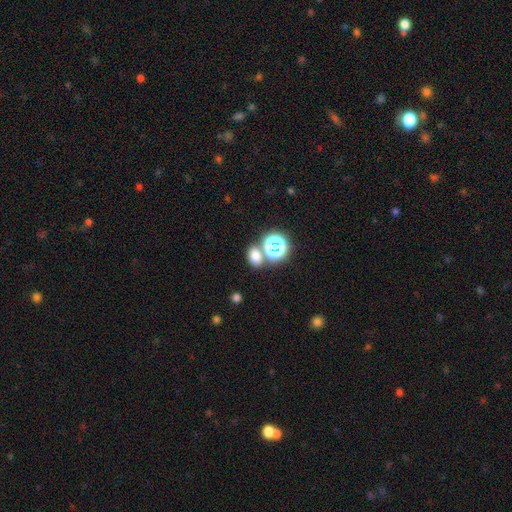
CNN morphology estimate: Smooth or featured? Predicted: smooth (p=0.69). How rounded? Predicted: in between (p=0.57). Merging? Predicted: none (p=0.65).